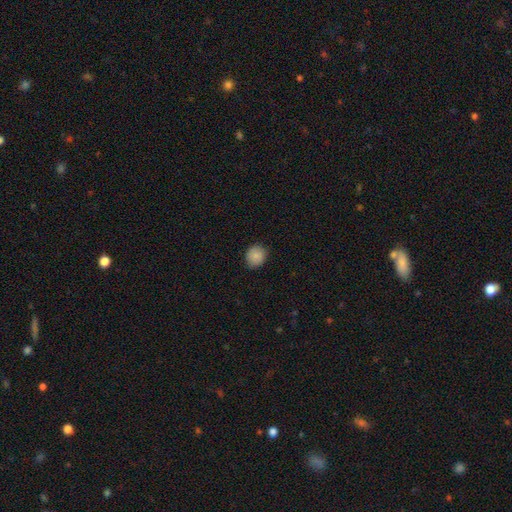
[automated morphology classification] Smooth or featured: smooth — 86% (star or artifact — 9%)
How rounded: round — 82% (in between — 17%)
Merging: none — 85% (minor disturbance — 12%)